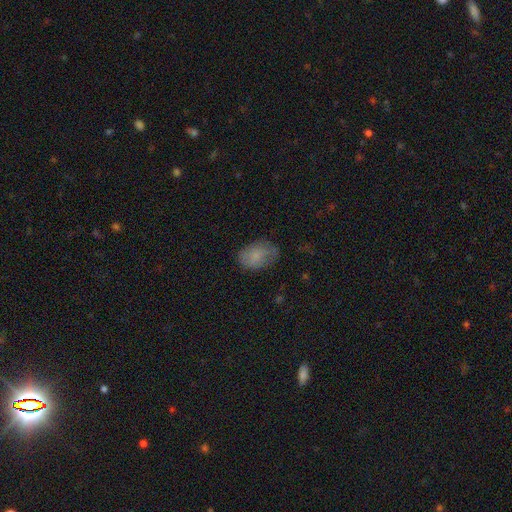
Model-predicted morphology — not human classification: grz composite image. It shows a smooth galaxy with no disk features (77%) that is in between round and cigar-shaped (86%). Merging: none (69%).